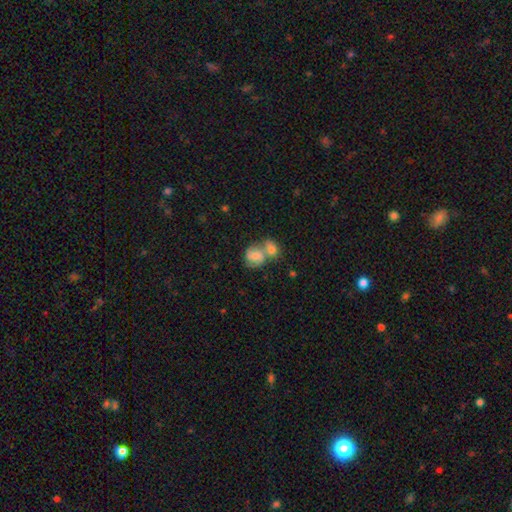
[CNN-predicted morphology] type=featured or disk (47%); merging=merger (55%).